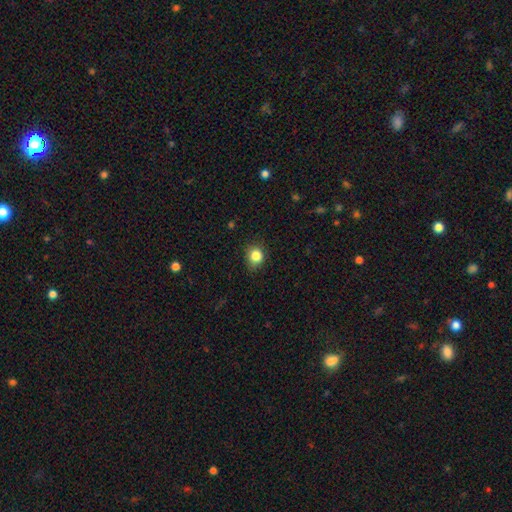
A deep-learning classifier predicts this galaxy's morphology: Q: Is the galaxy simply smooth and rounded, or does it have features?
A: smooth — 84%.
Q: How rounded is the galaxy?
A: round — 73%.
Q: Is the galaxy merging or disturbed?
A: none — 80%.